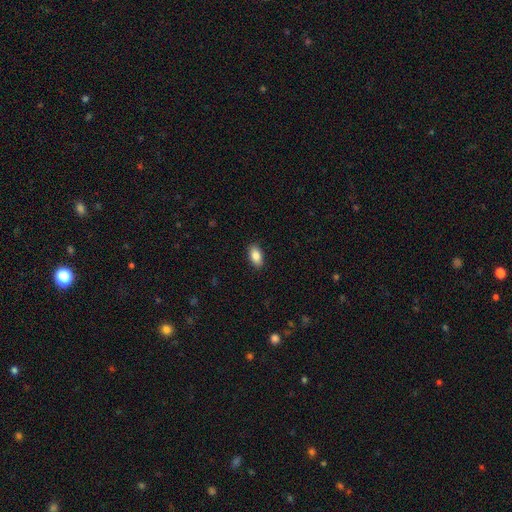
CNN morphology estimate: This is clearly a smooth galaxy (87%). How rounded: clearly in between (92%). Merging: clearly none (89%).